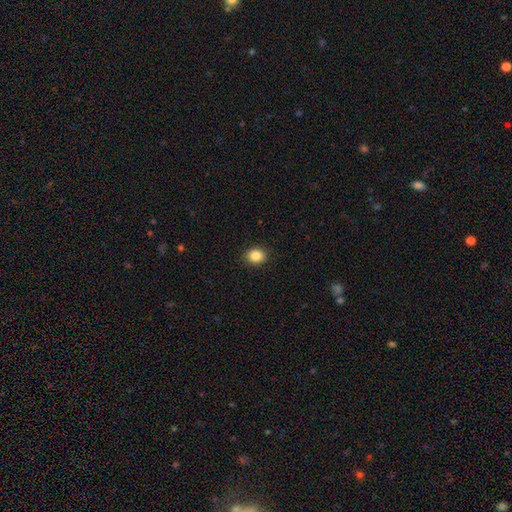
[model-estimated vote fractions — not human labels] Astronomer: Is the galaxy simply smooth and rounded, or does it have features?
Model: smooth — 86%.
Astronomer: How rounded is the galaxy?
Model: round — 60% (runner-up: in between, 39%).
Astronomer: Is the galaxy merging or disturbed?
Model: none — 90%.